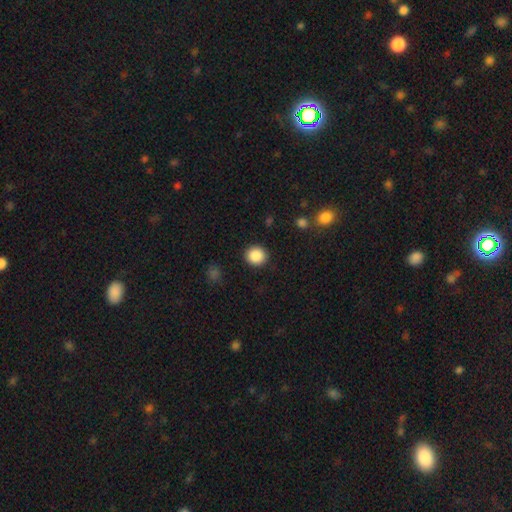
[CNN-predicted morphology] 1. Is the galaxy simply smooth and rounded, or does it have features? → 88% smooth, 9% star or artifact, 3% featured or disk.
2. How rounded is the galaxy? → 89% round, 10% in between, 1% cigar-shaped.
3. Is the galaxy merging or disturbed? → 91% none, 5% minor disturbance, 2% major disturbance, 1% merger.